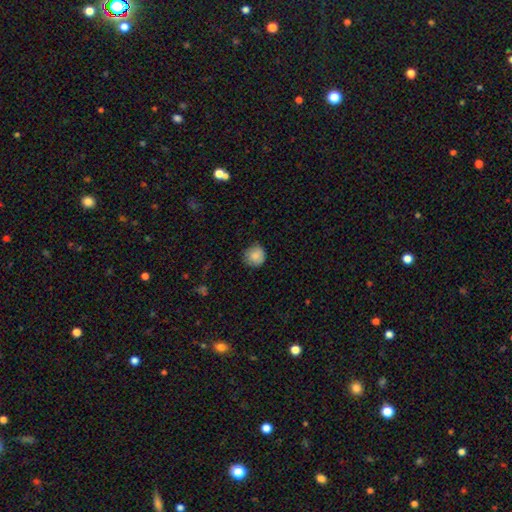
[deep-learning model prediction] Smooth or featured: smooth — 85% (star or artifact — 8%)
How rounded: round — 91% (in between — 8%)
Merging: none — 79% (minor disturbance — 17%)